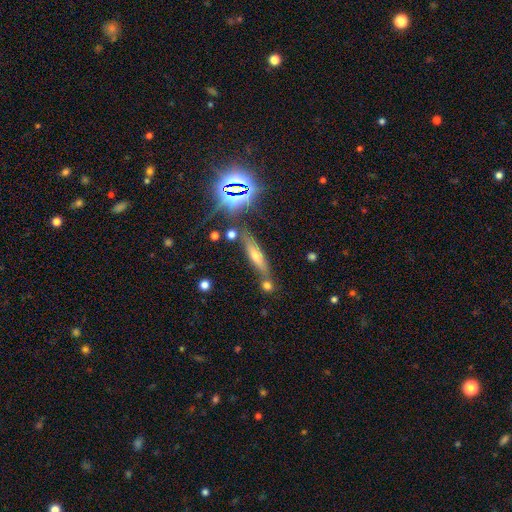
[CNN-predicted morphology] Smooth or featured? smooth (38%)
Merging? none (70%)